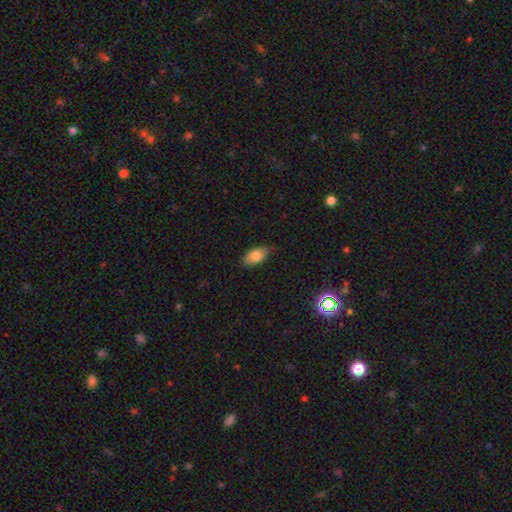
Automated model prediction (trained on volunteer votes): smooth-or-featured: smooth: 80% | featured or disk: 12% | star or artifact: 8%
  how-rounded: in between: 92% | round: 4% | cigar-shaped: 3%
  merging: none: 79% | minor disturbance: 17% | major disturbance: 2% | merger: 1%